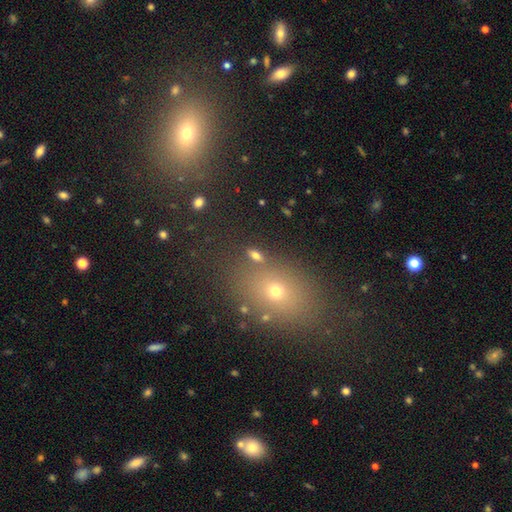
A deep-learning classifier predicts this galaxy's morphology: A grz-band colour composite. It shows a smooth galaxy with no disk features (69%) that is in between round and cigar-shaped (73%). Merging: none (77%).